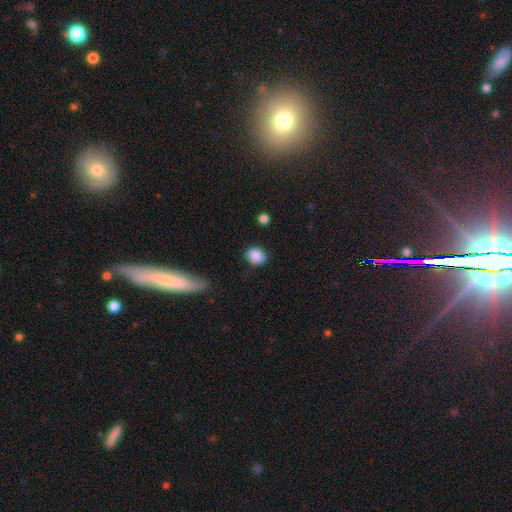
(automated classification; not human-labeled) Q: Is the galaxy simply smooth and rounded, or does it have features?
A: smooth — 87%.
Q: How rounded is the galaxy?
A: round — 50%.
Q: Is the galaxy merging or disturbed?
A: none — 73%.